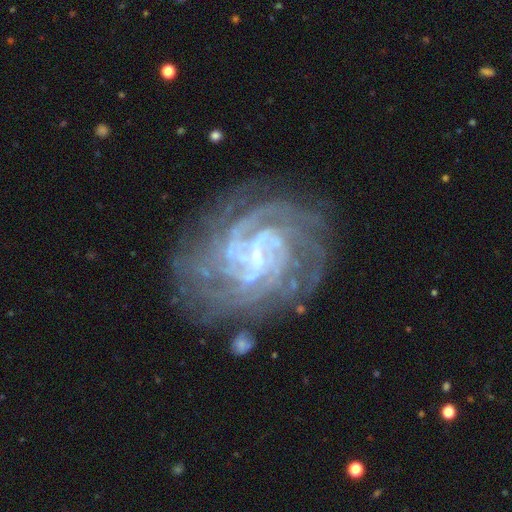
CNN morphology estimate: This is clearly a featured or disk galaxy (89%). It is clearly not viewed edge-on (98%). Bar: possibly weak (48%). Spiral arm pattern: clearly yes (97%). Spiral arm count: marginally can't tell (24%, tied with 4). Spiral winding: likely tight (67%). Central bulge: likely small (68%). Merging: likely none (72%).